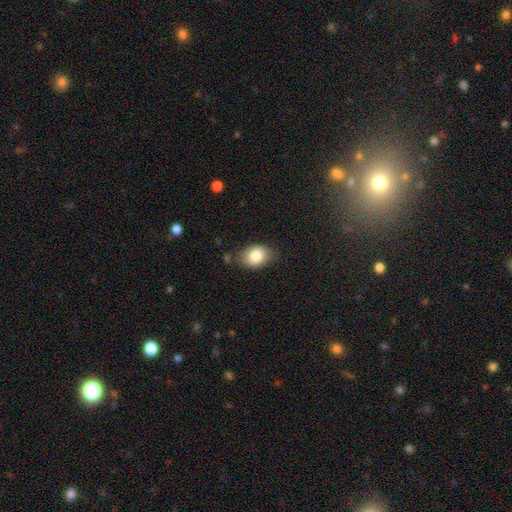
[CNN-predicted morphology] A smooth galaxy with no disk features (83%) that is in between round and cigar-shaped (77%).

Vote fractions:
- Smooth or featured? smooth: 83% / featured or disk: 9% / star or artifact: 8%
- How rounded? in between: 77% / round: 22% / cigar-shaped: 1%
- Merging? none: 78% / minor disturbance: 16% / major disturbance: 3% / merger: 3%